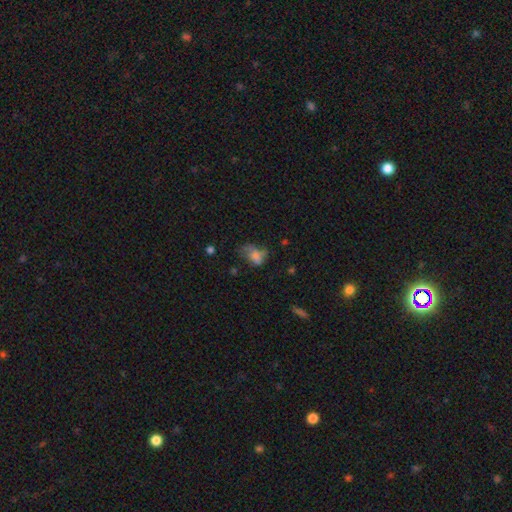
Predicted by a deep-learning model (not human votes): This appears to be a smooth galaxy with no disk features (62%) that is in between round and cigar-shaped (78%). Merging: major disturbance (37%).